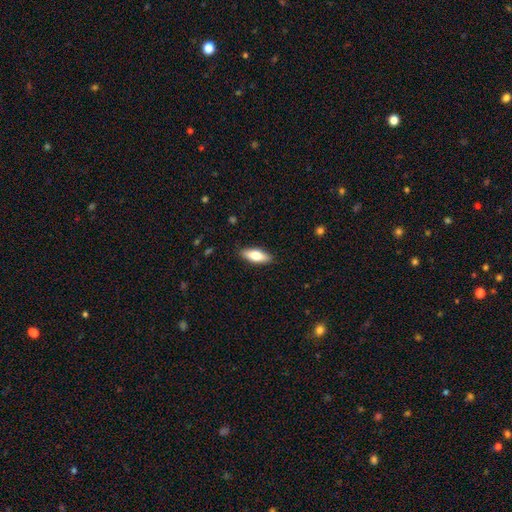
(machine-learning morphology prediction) smooth-or-featured: smooth: 74% | featured or disk: 20% | star or artifact: 6%
  how-rounded: in between: 70% | cigar-shaped: 28% | round: 2%
  merging: none: 88% | minor disturbance: 9% | major disturbance: 2% | merger: 1%